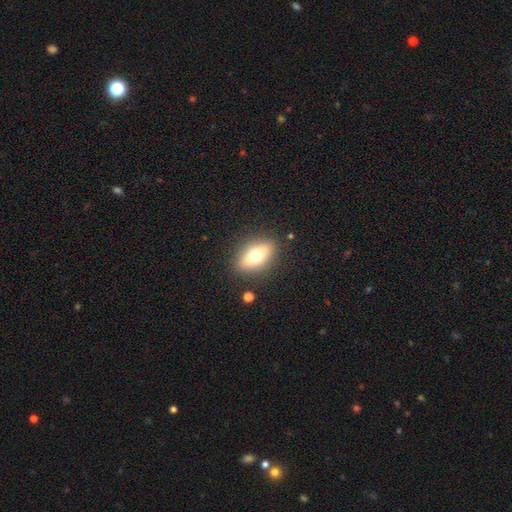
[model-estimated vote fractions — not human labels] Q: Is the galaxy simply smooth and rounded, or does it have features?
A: smooth — 64%.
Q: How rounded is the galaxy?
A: in between — 80%.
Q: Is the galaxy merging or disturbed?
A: none — 86%.